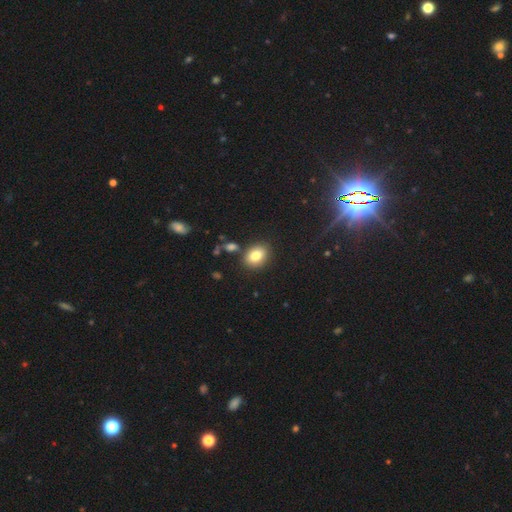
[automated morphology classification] This is clearly a smooth galaxy (83%). How rounded: likely in between (61%). Merging: clearly none (81%).